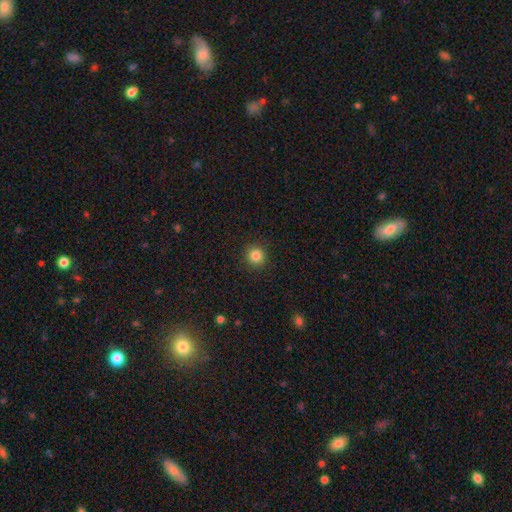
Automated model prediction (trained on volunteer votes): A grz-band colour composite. It shows a smooth galaxy with no disk features (84%) that is round (95%). Merging: none (92%).